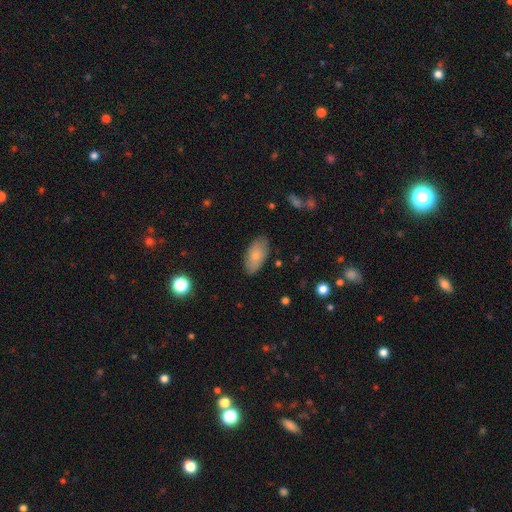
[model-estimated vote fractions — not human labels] This appears to be a smooth galaxy with no disk features (77%) that is in between round and cigar-shaped (94%). Merging: none (81%).